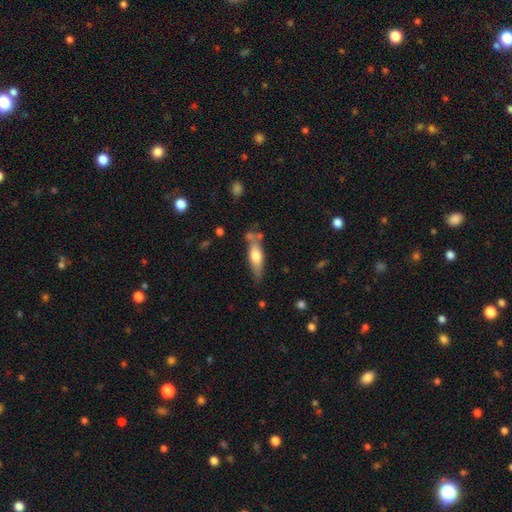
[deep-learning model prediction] A smooth galaxy with no disk features (58%) that is cigar-shaped (59%). Merging: none (64%).